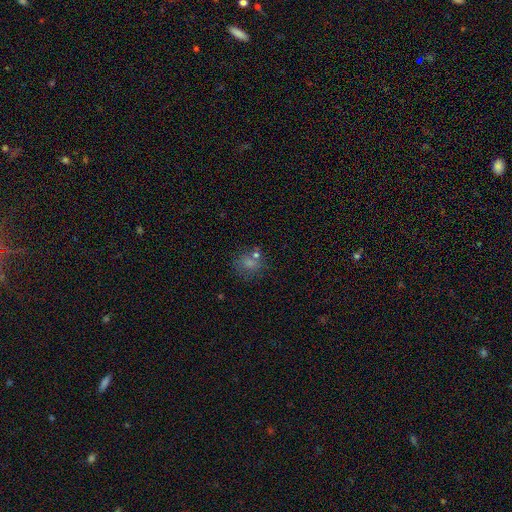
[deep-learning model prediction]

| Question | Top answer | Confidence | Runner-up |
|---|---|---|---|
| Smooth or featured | smooth | 67% | star or artifact (20%) |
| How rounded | round | 76% | in between (23%) |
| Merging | none | 62% | minor disturbance (15%) |